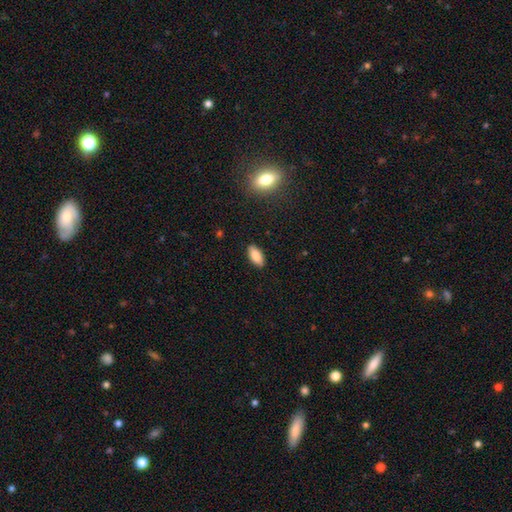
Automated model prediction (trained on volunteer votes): Smooth or featured? smooth (85%)
How rounded? in between (90%)
Merging? none (88%)